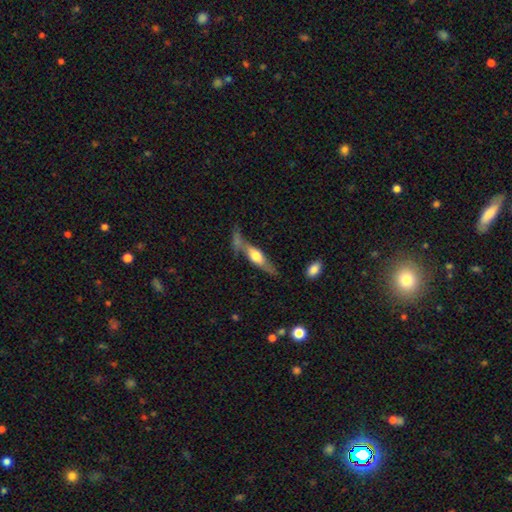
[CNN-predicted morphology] Q: Smooth or featured?
A: featured or disk (62%); runner-up: smooth (33%)
Q: Edge-on disk?
A: yes (82%); runner-up: no (18%)
Q: Edge-on bulge?
A: rounded (84%); runner-up: boxy (11%)
Q: Merging?
A: none (53%); runner-up: minor disturbance (22%)